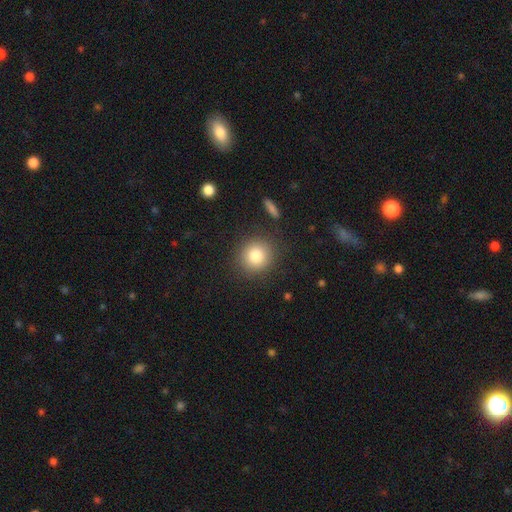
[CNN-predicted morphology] This appears to be a smooth galaxy with no disk features (81%) that is round (89%). Merging: none (87%).